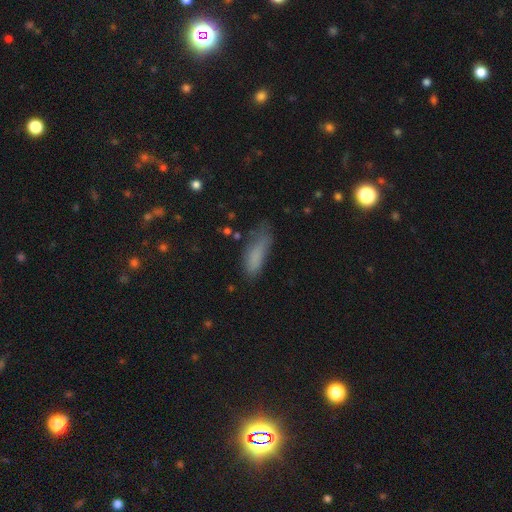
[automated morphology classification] smooth-or-featured: smooth: 79% | featured or disk: 11% | star or artifact: 10%
  how-rounded: in between: 50% | cigar-shaped: 48% | round: 2%
  merging: none: 52% | minor disturbance: 31% | major disturbance: 13% | merger: 3%